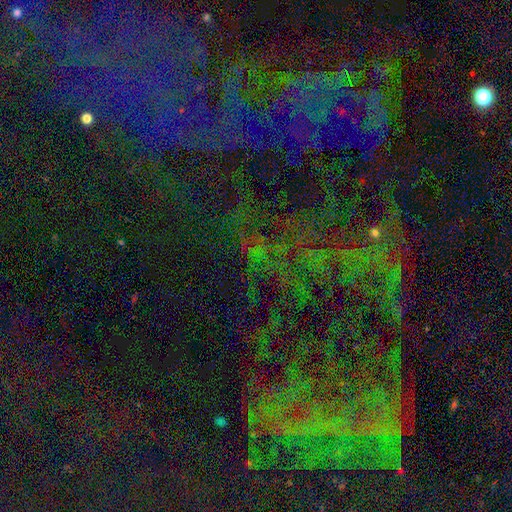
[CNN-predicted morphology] Smooth or featured? star or artifact (78%)